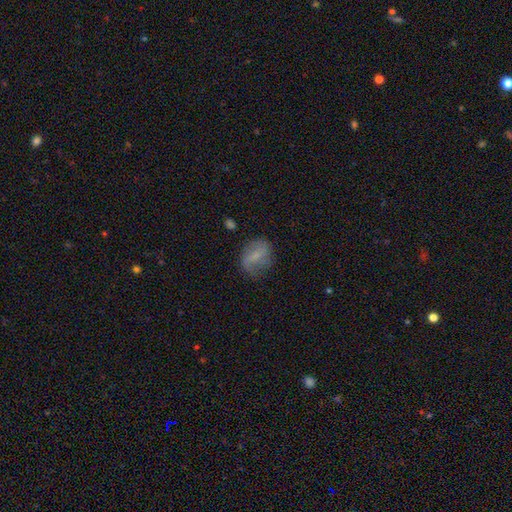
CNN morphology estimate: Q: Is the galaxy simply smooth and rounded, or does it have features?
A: smooth — 51%.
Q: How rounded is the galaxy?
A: in between — 57%.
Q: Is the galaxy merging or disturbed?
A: none — 62%.